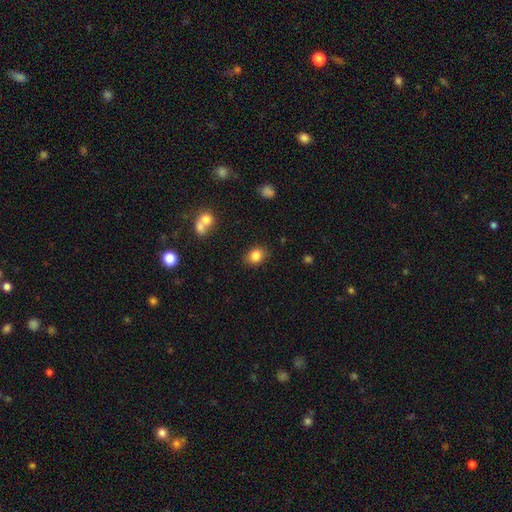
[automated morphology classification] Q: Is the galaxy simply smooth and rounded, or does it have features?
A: smooth — 84%.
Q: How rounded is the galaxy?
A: round — 50%.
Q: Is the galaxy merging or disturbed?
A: none — 85%.